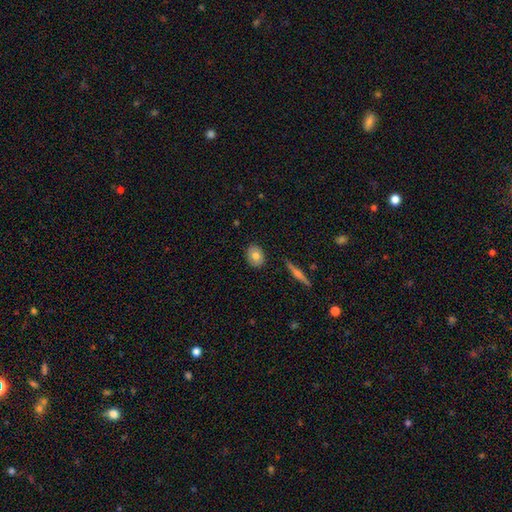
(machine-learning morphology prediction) This is likely a smooth galaxy (75%). How rounded: possibly in between (51%). Merging: clearly none (87%).